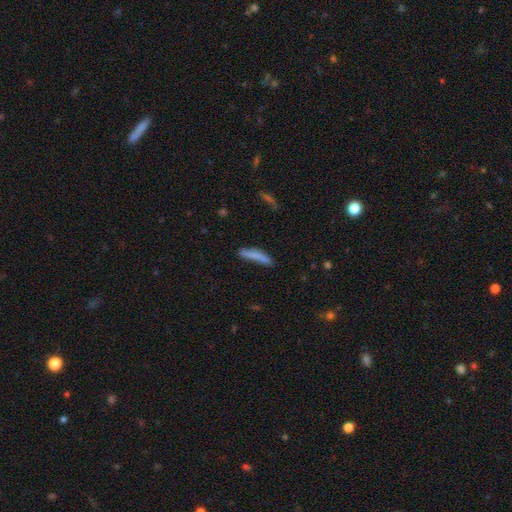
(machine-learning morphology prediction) Q: Smooth or featured?
A: smooth (79%); runner-up: featured or disk (14%)
Q: How rounded?
A: cigar-shaped (90%); runner-up: in between (9%)
Q: Merging?
A: none (74%); runner-up: minor disturbance (18%)